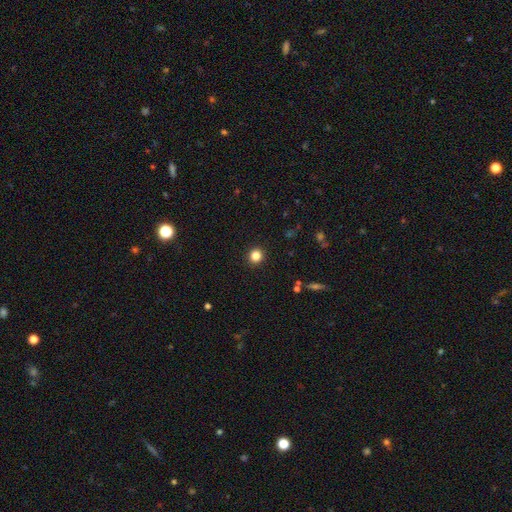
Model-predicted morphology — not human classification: A smooth galaxy with no disk features (83%) that is round (93%). Merging: none (93%).